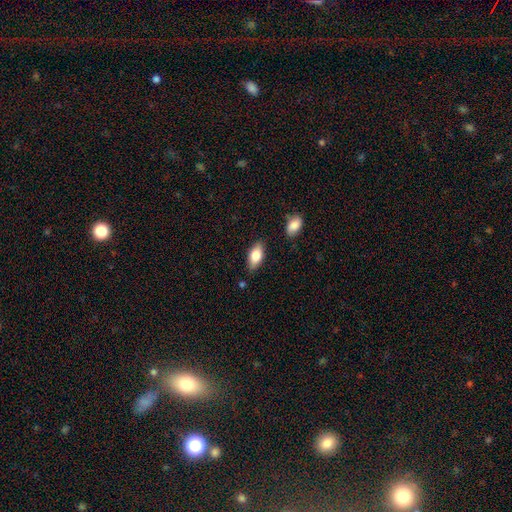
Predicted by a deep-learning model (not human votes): Morphology: type=smooth (79%); roundness=in between (89%); merging=none (82%).